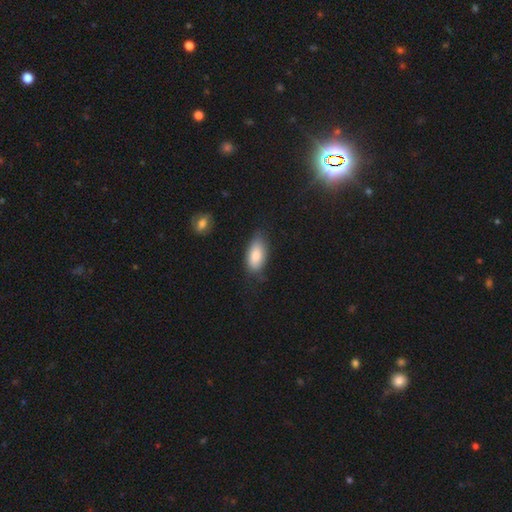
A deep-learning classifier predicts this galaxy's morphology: type=smooth (83%); roundness=in between (90%); merging=none (66%).